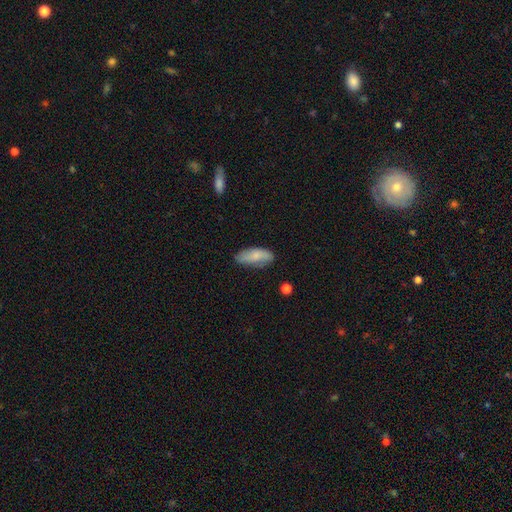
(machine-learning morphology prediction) Q: Smooth or featured?
A: smooth (75%); runner-up: featured or disk (18%)
Q: How rounded?
A: in between (82%); runner-up: cigar-shaped (15%)
Q: Merging?
A: none (70%); runner-up: minor disturbance (23%)